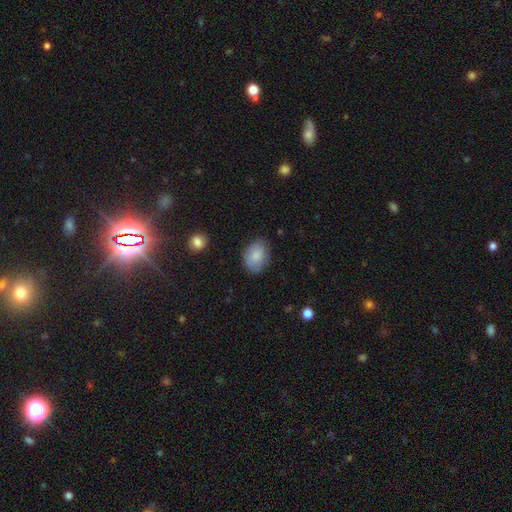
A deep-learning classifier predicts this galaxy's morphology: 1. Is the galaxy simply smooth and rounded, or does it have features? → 84% smooth, 10% featured or disk, 7% star or artifact.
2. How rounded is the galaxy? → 74% in between, 25% round, 1% cigar-shaped.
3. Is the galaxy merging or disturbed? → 72% none, 21% minor disturbance, 5% major disturbance, 2% merger.